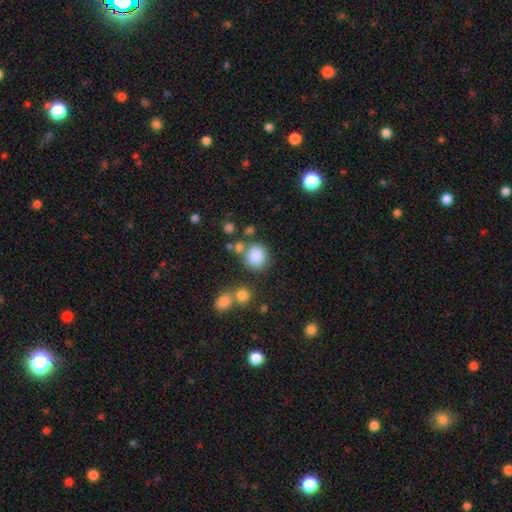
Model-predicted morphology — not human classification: Smooth or featured? smooth (84%)
How rounded? round (86%)
Merging? none (68%)